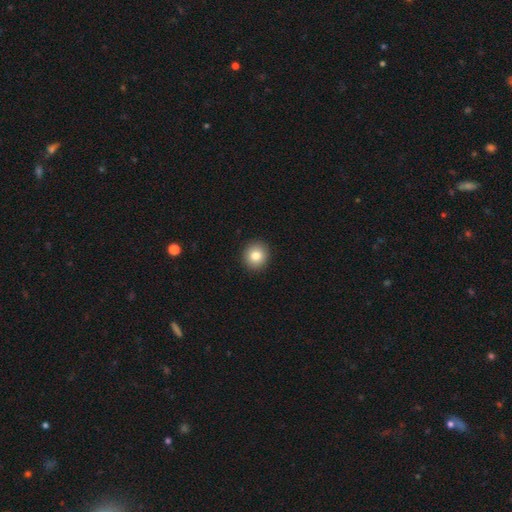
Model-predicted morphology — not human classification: Smooth or featured?
  - smooth: 82% *
  - star or artifact: 10%
  - featured or disk: 8%
How rounded?
  - round: 88% *
  - in between: 11%
  - cigar-shaped: 1%
Merging?
  - none: 92% *
  - minor disturbance: 5%
  - major disturbance: 2%
  - merger: 1%